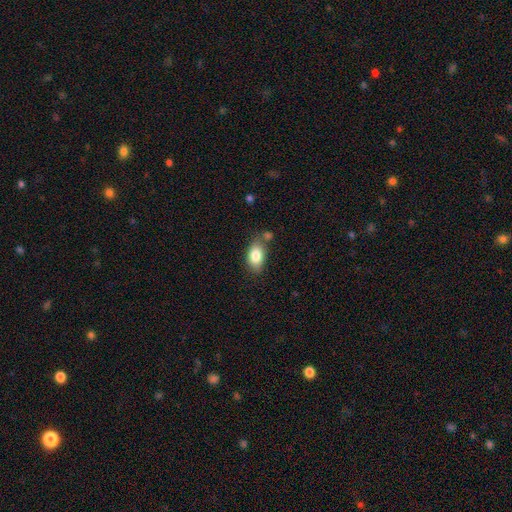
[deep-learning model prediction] smooth_or_featured: smooth (p=0.82) [alt: featured or disk p=0.10]
how_rounded: in between (p=0.90) [alt: round p=0.08]
merging: none (p=0.65) [alt: minor disturbance p=0.18]